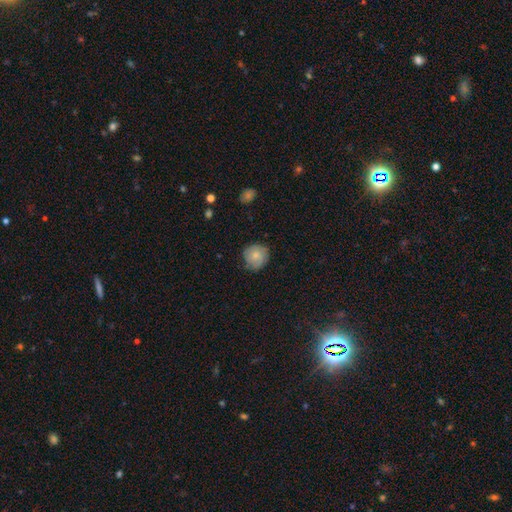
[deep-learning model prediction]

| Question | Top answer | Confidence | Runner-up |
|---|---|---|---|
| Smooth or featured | smooth | 66% | featured or disk (27%) |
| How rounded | round | 89% | in between (10%) |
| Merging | none | 75% | minor disturbance (20%) |